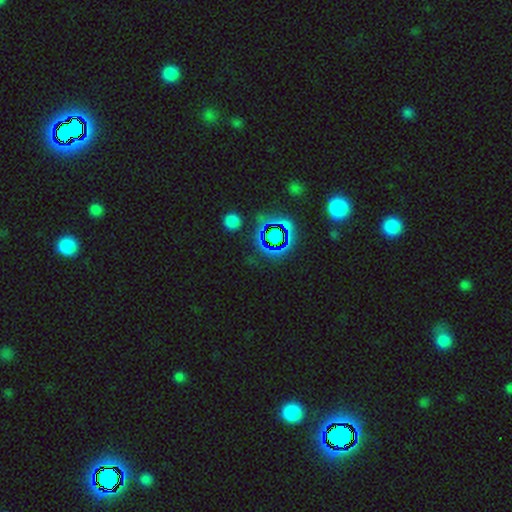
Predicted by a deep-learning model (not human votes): smooth-or-featured: star or artifact: 69% | smooth: 18% | featured or disk: 12%